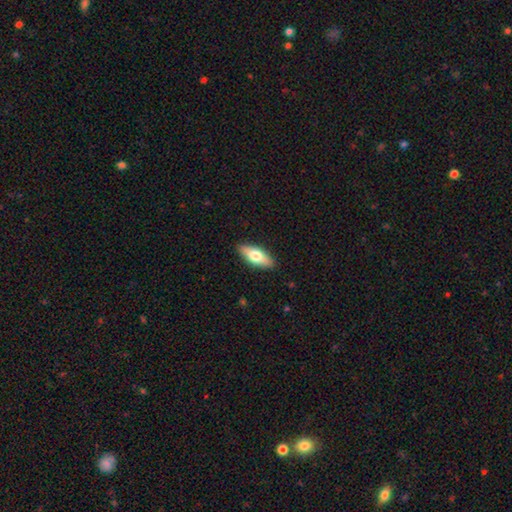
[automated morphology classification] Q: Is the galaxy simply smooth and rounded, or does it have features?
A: smooth — 67%.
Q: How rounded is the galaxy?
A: in between — 74%.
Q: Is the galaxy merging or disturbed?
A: none — 89%.